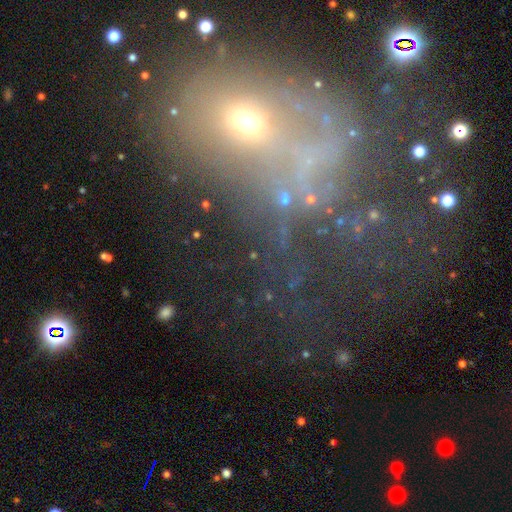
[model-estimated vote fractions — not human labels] This appears to be a smooth galaxy with no disk features (36%). Merging: major disturbance (43%).